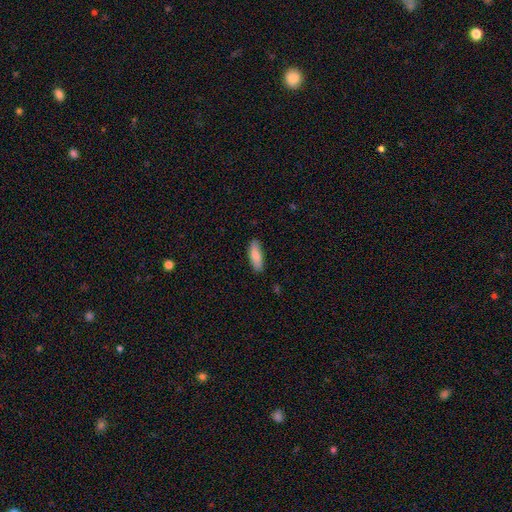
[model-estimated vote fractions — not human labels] The model was most divided on "how rounded": in between: 56%, cigar-shaped: 42%, round: 2%. More confident: merging — none (86%); smooth or featured — smooth (83%).